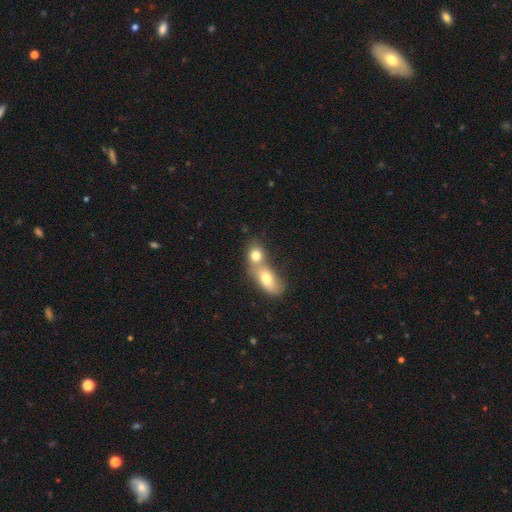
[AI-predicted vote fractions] A smooth galaxy with no disk features (75%) that is in between round and cigar-shaped (55%). Merging: merger (68%).